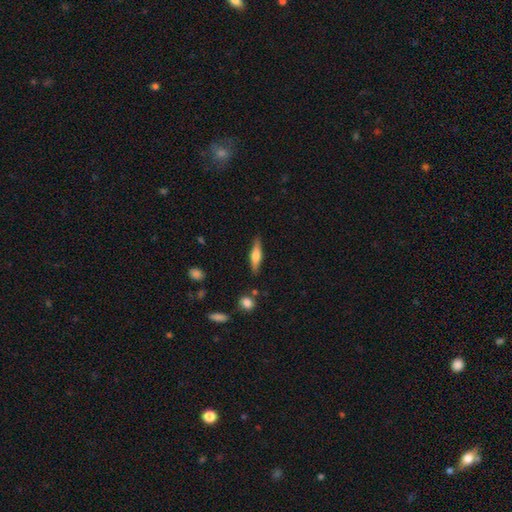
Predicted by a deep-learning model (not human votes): Smooth or featured?
  - smooth: 49% *
  - featured or disk: 45%
  - star or artifact: 6%
Merging?
  - none: 84% *
  - minor disturbance: 11%
  - major disturbance: 2%
  - merger: 2%